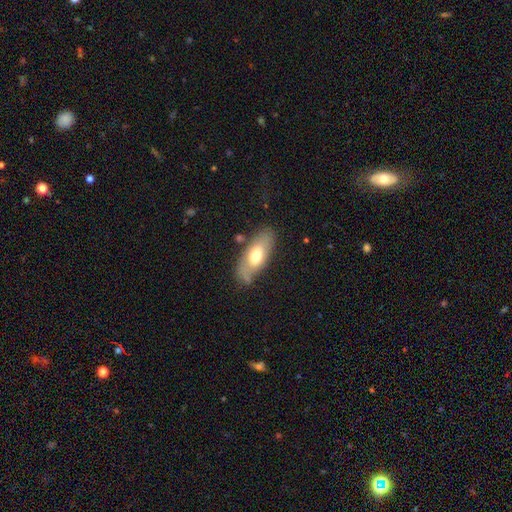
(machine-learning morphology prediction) smooth-or-featured: smooth: 61% | featured or disk: 32% | star or artifact: 6%
  how-rounded: in between: 83% | cigar-shaped: 14% | round: 3%
  merging: none: 70% | minor disturbance: 20% | major disturbance: 5% | merger: 5%